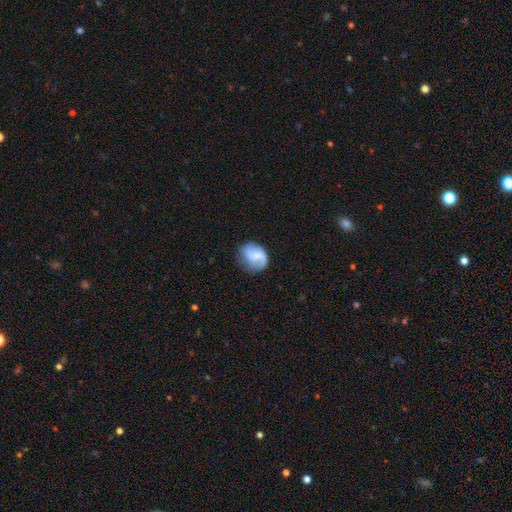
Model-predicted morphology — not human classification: This is possibly a smooth galaxy (47%). Merging: possibly none (58%).